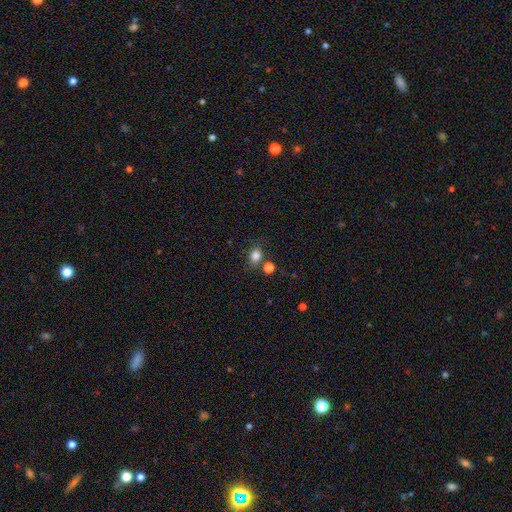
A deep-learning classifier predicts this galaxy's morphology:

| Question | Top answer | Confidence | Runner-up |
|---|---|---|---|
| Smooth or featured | smooth | 82% | star or artifact (12%) |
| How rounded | in between | 52% | round (47%) |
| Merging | none | 72% | minor disturbance (13%) |